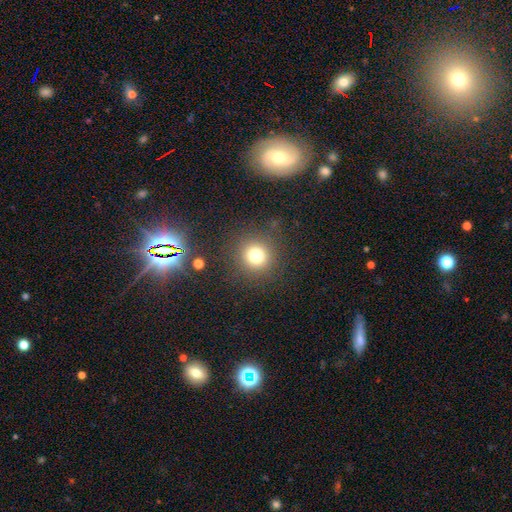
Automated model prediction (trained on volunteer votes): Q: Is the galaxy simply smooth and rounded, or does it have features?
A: smooth — 75%.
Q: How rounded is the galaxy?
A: round — 94%.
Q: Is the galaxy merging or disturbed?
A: none — 87%.